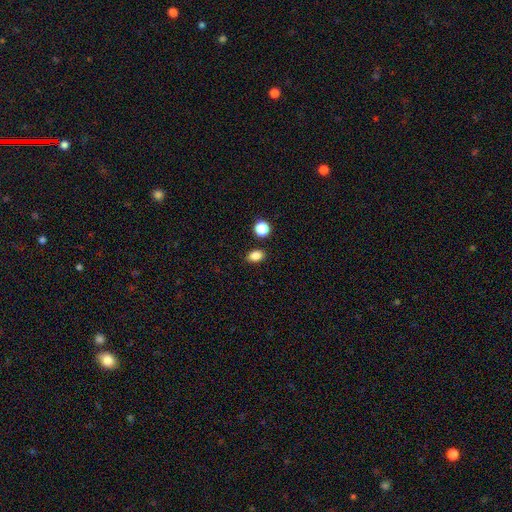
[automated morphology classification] Smooth or featured? smooth (85%)
How rounded? in between (74%)
Merging? none (84%)